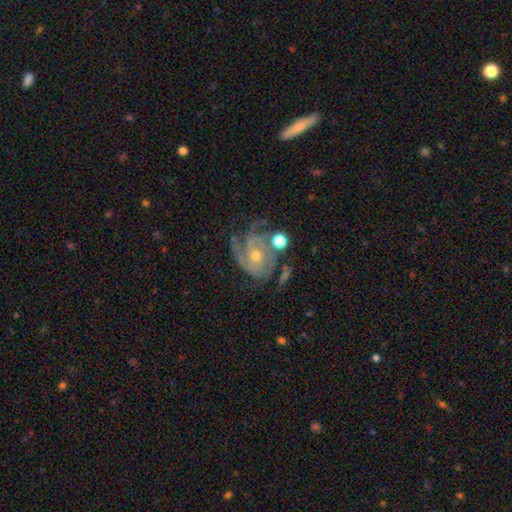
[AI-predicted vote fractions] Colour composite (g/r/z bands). It shows a featured or disk galaxy (87%) with no bar (71%), 3 (41%) tight (58%) spiral arms (96%) and a moderate central bulge (49%). Merging: none (56%).